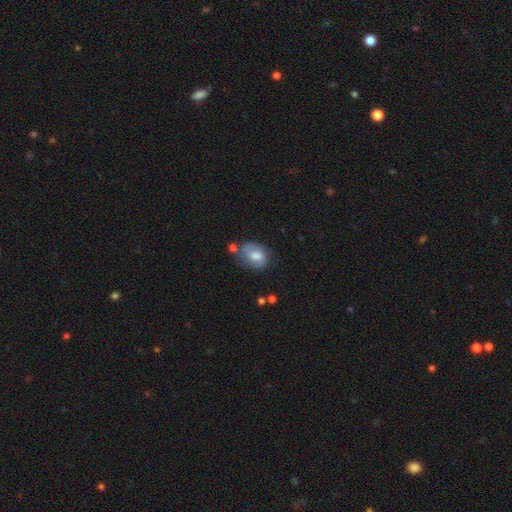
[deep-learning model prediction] Smooth or featured? smooth (60%)
How rounded? in between (68%)
Merging? none (49%)